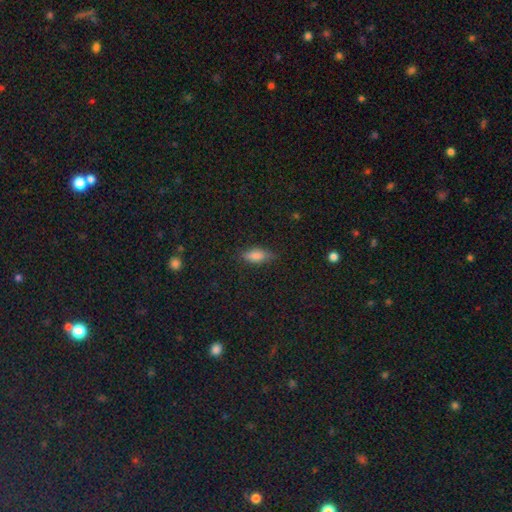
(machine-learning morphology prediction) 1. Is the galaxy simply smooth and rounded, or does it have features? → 76% smooth, 13% featured or disk, 10% star or artifact.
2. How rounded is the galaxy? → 75% in between, 22% cigar-shaped, 3% round.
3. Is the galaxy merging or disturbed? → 80% none, 15% minor disturbance, 3% major disturbance, 1% merger.